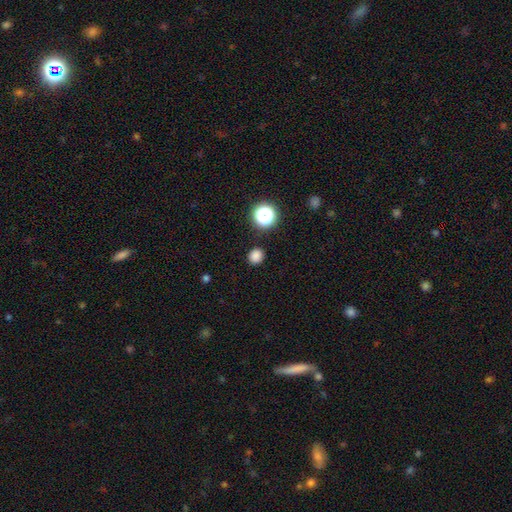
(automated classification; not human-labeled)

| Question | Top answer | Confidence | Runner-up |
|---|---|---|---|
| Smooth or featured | smooth | 82% | star or artifact (15%) |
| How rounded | round | 85% | in between (14%) |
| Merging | none | 90% | minor disturbance (7%) |